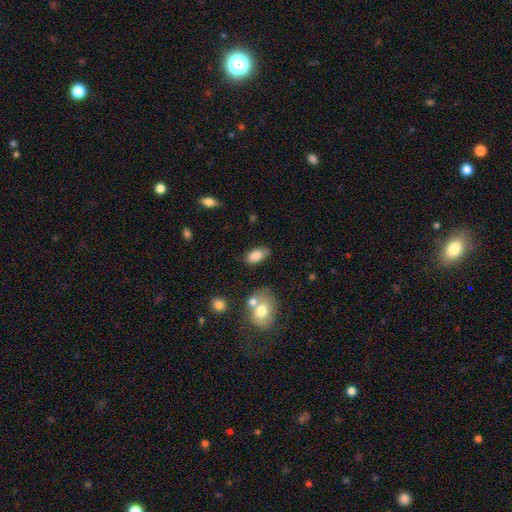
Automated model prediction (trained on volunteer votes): smooth_or_featured: smooth (p=0.84) [alt: featured or disk p=0.09]
how_rounded: in between (p=0.92) [alt: cigar-shaped p=0.04]
merging: none (p=0.75) [alt: minor disturbance p=0.16]